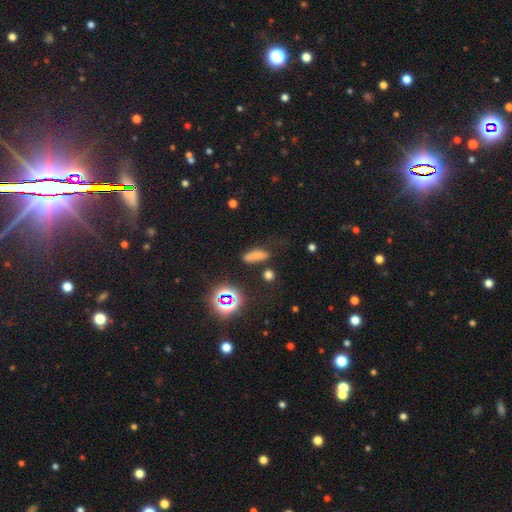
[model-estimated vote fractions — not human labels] Smooth or featured? Predicted: smooth (p=0.69). How rounded? Predicted: in between (p=0.60). Merging? Predicted: none (p=0.62).